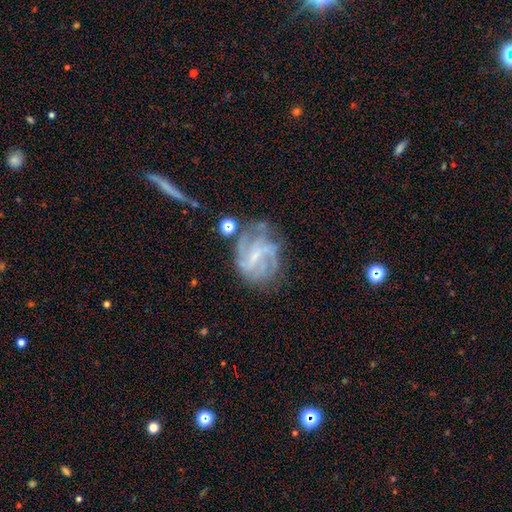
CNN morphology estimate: smooth-or-featured: featured or disk: 78% | smooth: 13% | star or artifact: 9%
  disk-edge-on: no: 97% | yes: 3%
    bar: weak: 49% | no: 29% | strong: 22%
    has-spiral-arms: yes: 87% | no: 13%
      spiral-winding: medium: 42% | tight: 34% | loose: 24%
      spiral-arm-count: can't tell: 33% | 3: 23% | 2: 18% | 4: 15% | more than 4: 5% | 1: 5%
    bulge-size: small: 51% | none: 32% | moderate: 15% | large: 1% | dominant: 1%
  merging: none: 53% | minor disturbance: 21% | major disturbance: 20% | merger: 6%